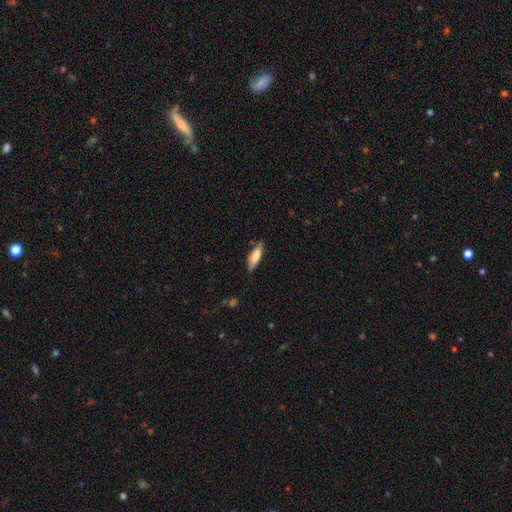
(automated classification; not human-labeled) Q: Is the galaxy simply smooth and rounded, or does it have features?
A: smooth — 75%.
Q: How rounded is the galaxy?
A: cigar-shaped — 56%.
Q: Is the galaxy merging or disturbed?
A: none — 77%.